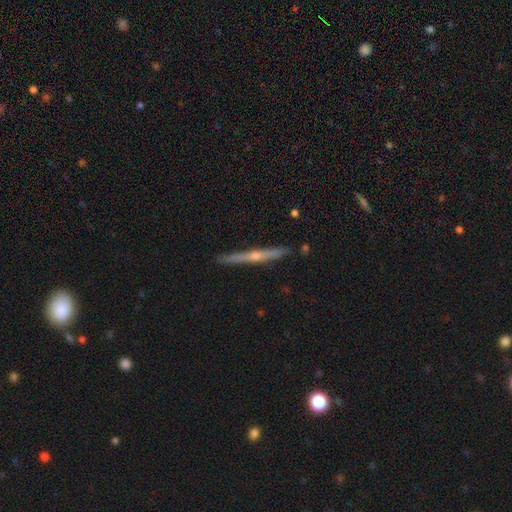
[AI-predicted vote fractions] Overall: featured or disk (76%). Edge-on disk: yes (97%). Edge-on bulge: rounded (80%). Merging: none (88%).